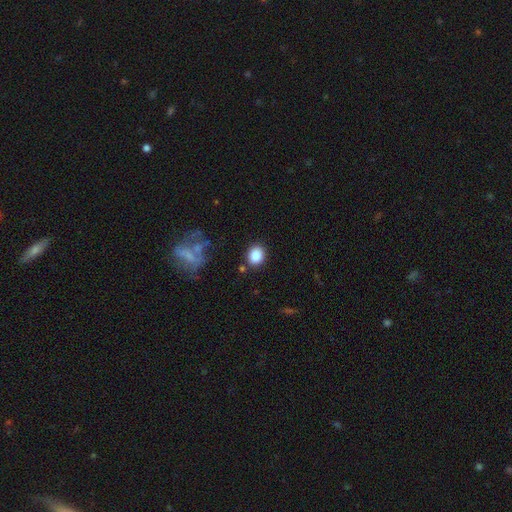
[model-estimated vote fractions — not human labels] smooth_or_featured: smooth (p=0.86) [alt: star or artifact p=0.09]
how_rounded: round (p=0.62) [alt: in between p=0.37]
merging: none (p=0.81) [alt: minor disturbance p=0.12]